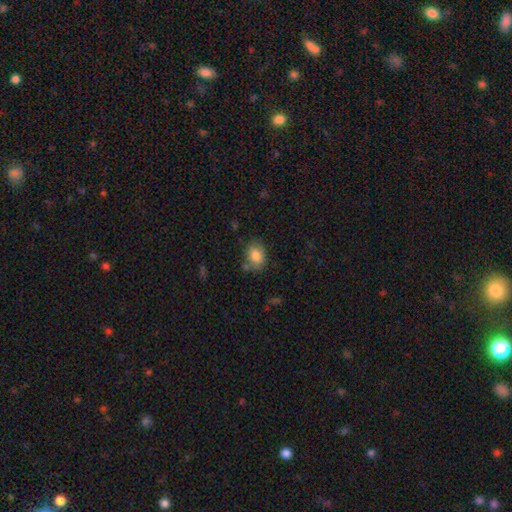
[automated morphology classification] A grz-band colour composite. It shows a smooth galaxy with no disk features (82%) that is in between round and cigar-shaped (66%). Merging: none (67%).